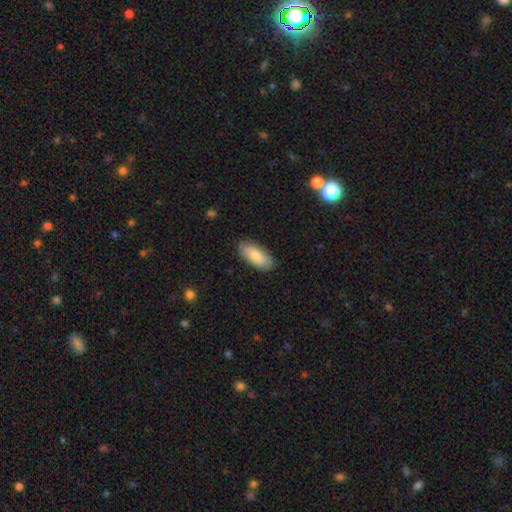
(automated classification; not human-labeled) Smooth or featured?
  - smooth: 82% *
  - featured or disk: 12%
  - star or artifact: 6%
How rounded?
  - in between: 87% *
  - cigar-shaped: 11%
  - round: 2%
Merging?
  - none: 86% *
  - minor disturbance: 11%
  - major disturbance: 2%
  - merger: 1%